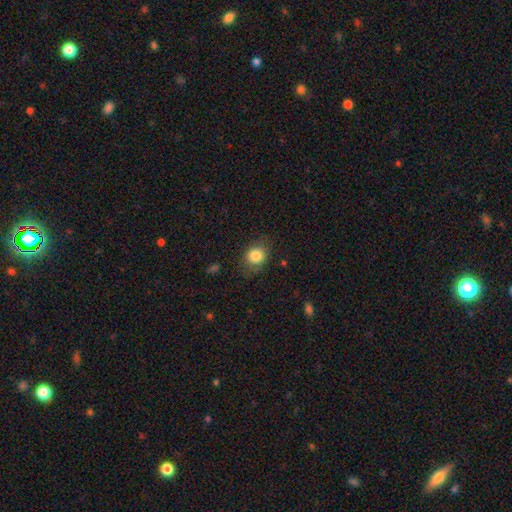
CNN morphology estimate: Smooth or featured? smooth (83%)
How rounded? round (58%)
Merging? none (75%)